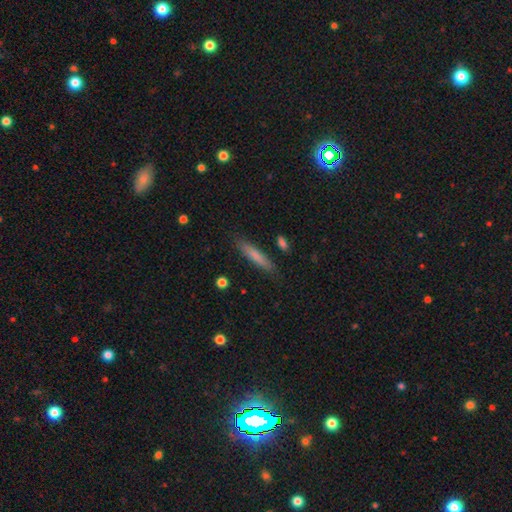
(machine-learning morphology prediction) Smooth or featured: smooth — 76% (featured or disk — 18%)
How rounded: cigar-shaped — 90% (in between — 9%)
Merging: none — 86% (minor disturbance — 10%)